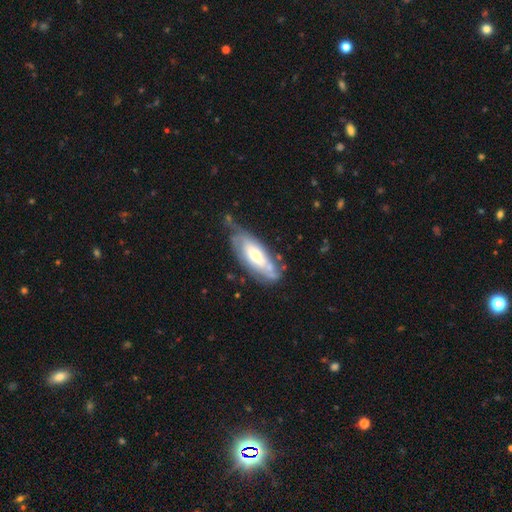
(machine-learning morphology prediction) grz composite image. It shows a featured or disk galaxy (61%). Merging: none (53%).